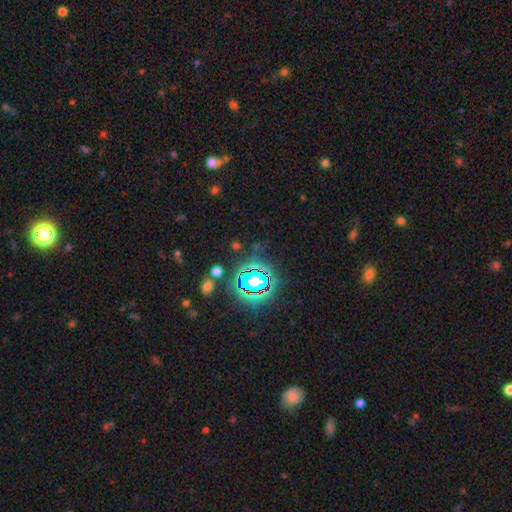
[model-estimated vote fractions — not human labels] smooth_or_featured: star or artifact (p=0.78) [alt: smooth p=0.15]